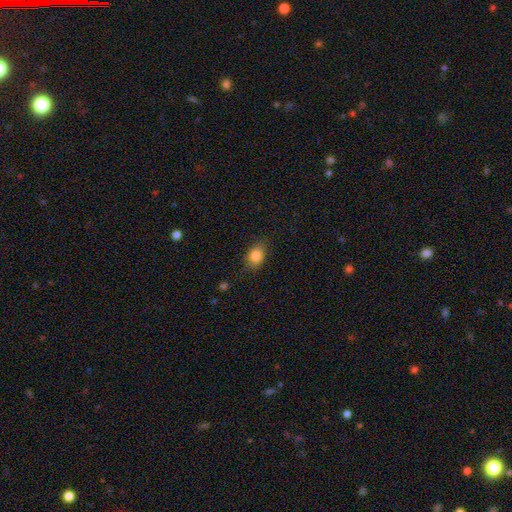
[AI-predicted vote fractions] This appears to be a smooth galaxy with no disk features (84%) that is in between round and cigar-shaped (66%). Merging: none (76%).